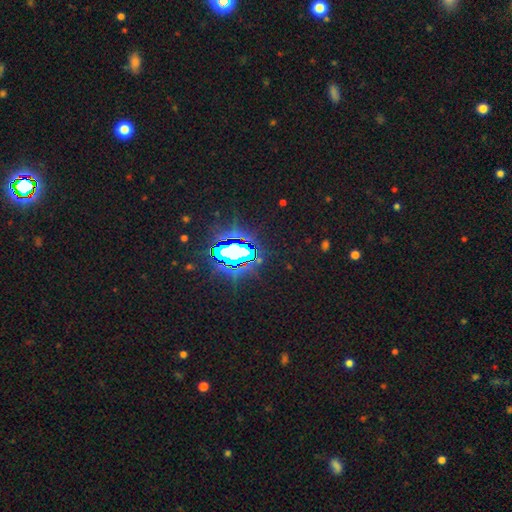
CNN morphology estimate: type=star or artifact (81%).